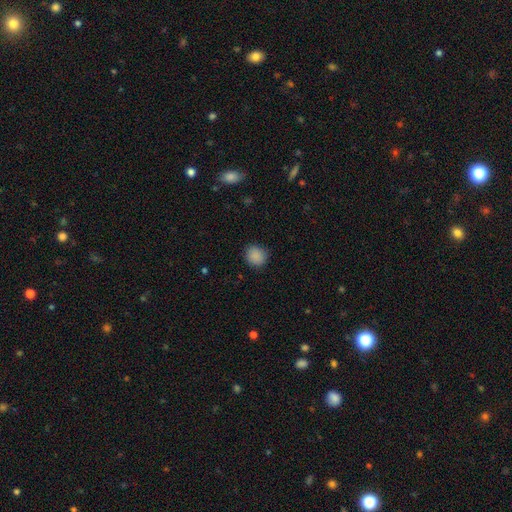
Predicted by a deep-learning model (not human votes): Smooth or featured? Predicted: smooth (p=0.88). How rounded? Predicted: round (p=0.83). Merging? Predicted: none (p=0.87).